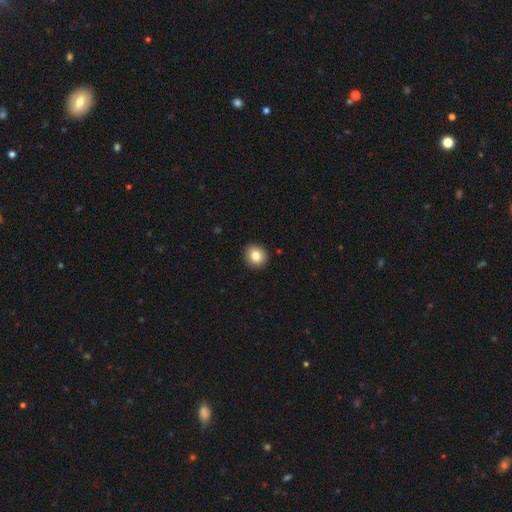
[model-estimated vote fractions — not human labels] This appears to be a smooth galaxy with no disk features (83%) that is round (86%). Merging: none (92%).